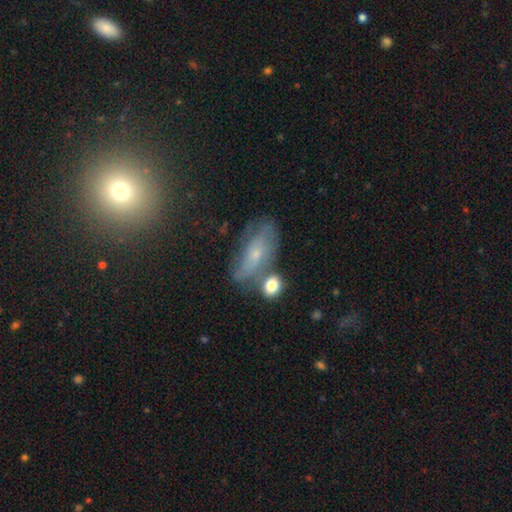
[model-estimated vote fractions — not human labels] smooth-or-featured: featured or disk: 47% | smooth: 40% | star or artifact: 13%
  merging: none: 58% | minor disturbance: 22% | merger: 11% | major disturbance: 9%